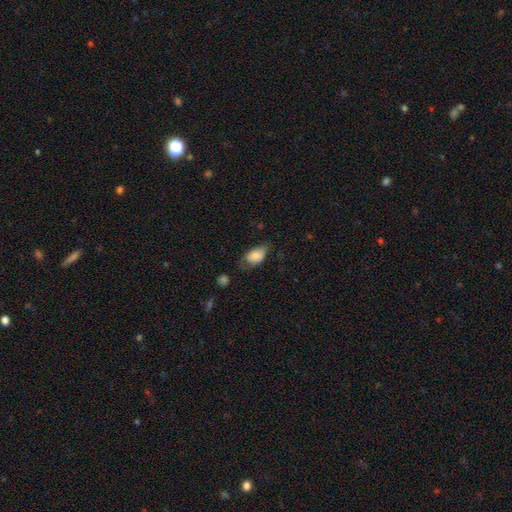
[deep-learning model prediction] A smooth galaxy with no disk features (78%) that is in between round and cigar-shaped (91%). Merging: none (51%).